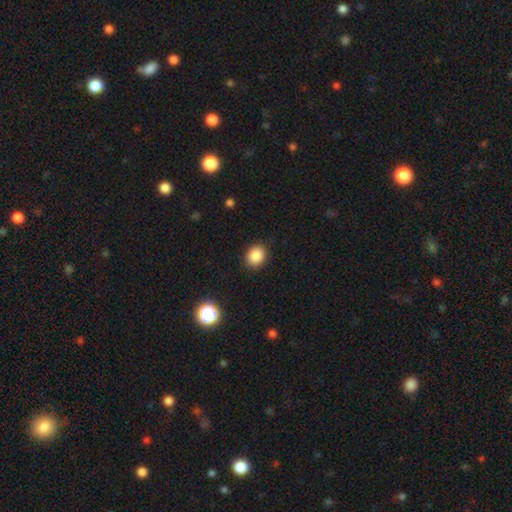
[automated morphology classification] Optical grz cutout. It shows a smooth galaxy with no disk features (87%) that is round (54%). Merging: none (89%).